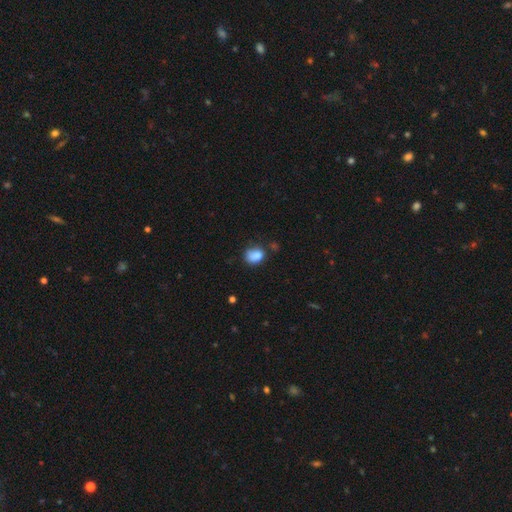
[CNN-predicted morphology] Overall: smooth (83%). How rounded: in between (59%; round 40%). Merging: none (51%; minor disturbance 30%).